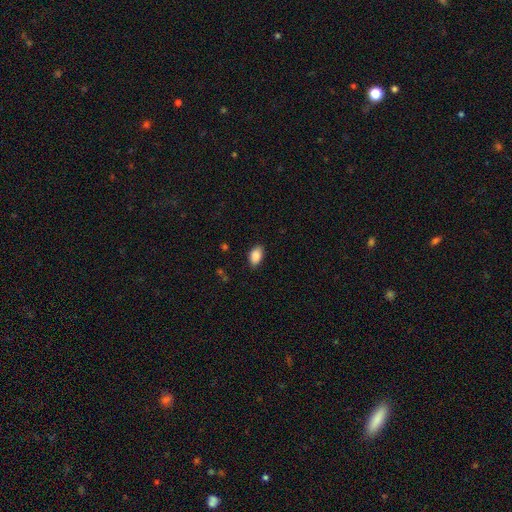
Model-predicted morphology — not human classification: This appears to be a smooth galaxy with no disk features (88%) that is in between round and cigar-shaped (92%). Merging: none (85%).